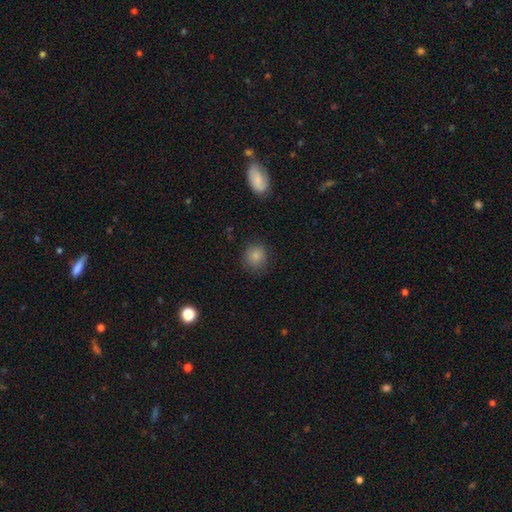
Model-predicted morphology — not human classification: Smooth or featured? smooth (83%)
How rounded? round (85%)
Merging? none (84%)